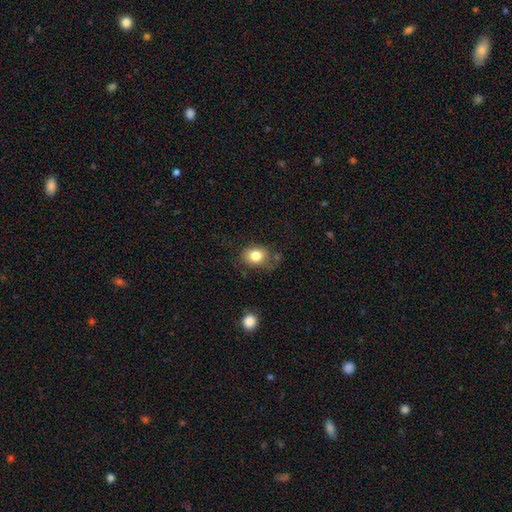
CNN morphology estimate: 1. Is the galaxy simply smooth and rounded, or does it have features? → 81% smooth, 10% featured or disk, 10% star or artifact.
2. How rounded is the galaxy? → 51% in between, 48% round, 1% cigar-shaped.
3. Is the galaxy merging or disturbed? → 64% none, 24% minor disturbance, 8% major disturbance, 4% merger.